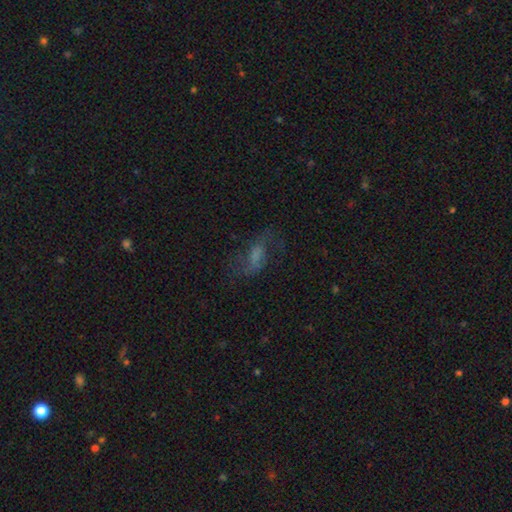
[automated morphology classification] smooth_or_featured: featured or disk (p=0.50) [alt: smooth p=0.29]
disk_edge_on: no (p=0.89) [alt: yes p=0.11]
merging: none (p=0.60) [alt: major disturbance p=0.19]